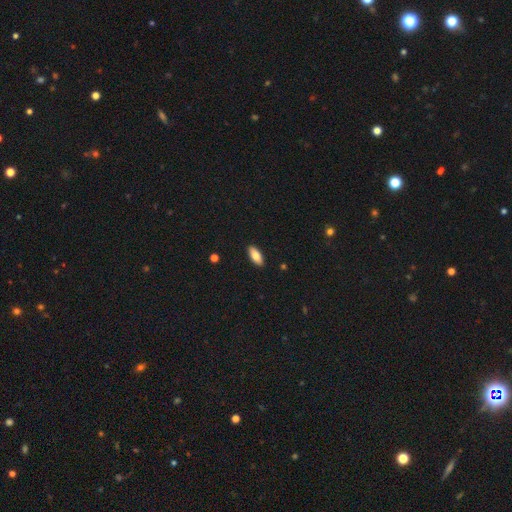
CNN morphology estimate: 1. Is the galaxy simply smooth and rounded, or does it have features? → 79% smooth, 15% featured or disk, 6% star or artifact.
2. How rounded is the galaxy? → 85% in between, 13% cigar-shaped, 2% round.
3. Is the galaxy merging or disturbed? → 90% none, 7% minor disturbance, 2% major disturbance, 1% merger.